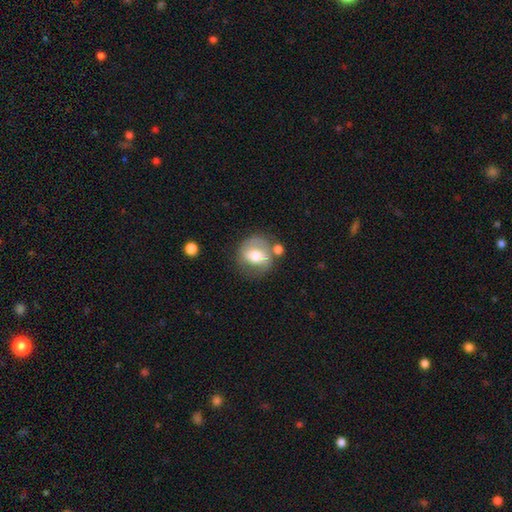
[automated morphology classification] A smooth galaxy with no disk features (51%) that is round (73%).

Vote fractions:
- Smooth or featured? smooth: 51% / featured or disk: 41% / star or artifact: 8%
- How rounded? round: 73% / in between: 26% / cigar-shaped: 1%
- Merging? none: 59% / minor disturbance: 20% / merger: 12% / major disturbance: 10%